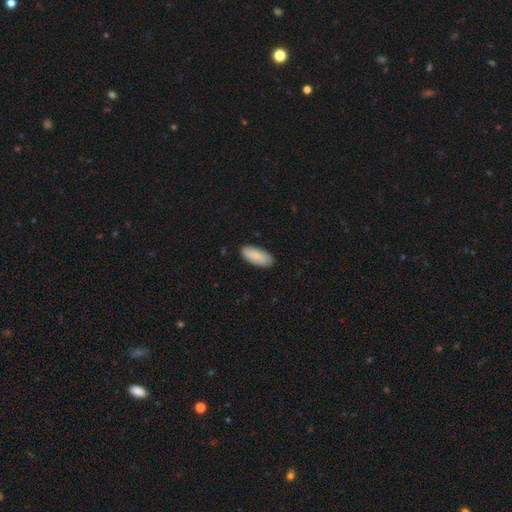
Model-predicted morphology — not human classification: smooth 87%, featured or disk 7%, star or artifact 5%. Down the decision tree: how rounded — in between (86%); merging — none (87%).